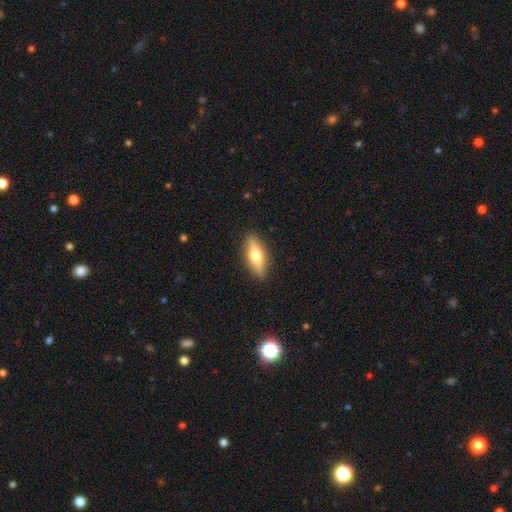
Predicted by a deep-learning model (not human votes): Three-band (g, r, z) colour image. It shows a smooth galaxy with no disk features (47%, tied with featured or disk). Merging: none (89%).